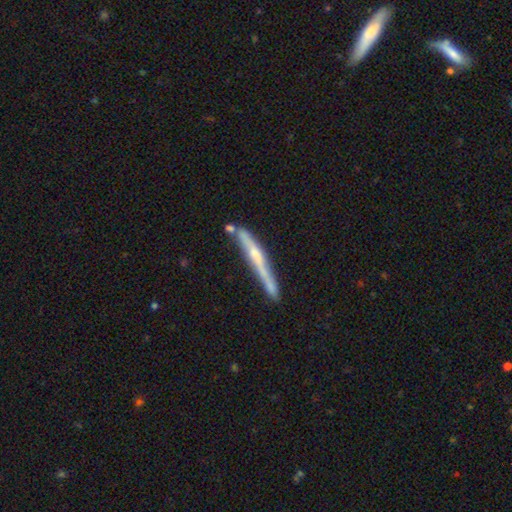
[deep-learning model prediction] featured or disk 65%, smooth 29%, star or artifact 6%. Down the decision tree: edge-on disk — yes (95%); edge-on bulge — rounded (50%); merging — none (68%).